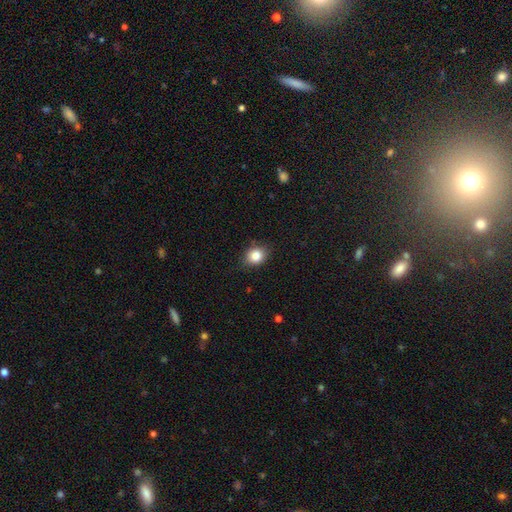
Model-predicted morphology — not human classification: smooth_or_featured: smooth (p=0.84) [alt: star or artifact p=0.10]
how_rounded: round (p=0.54) [alt: in between p=0.45]
merging: none (p=0.81) [alt: minor disturbance p=0.15]